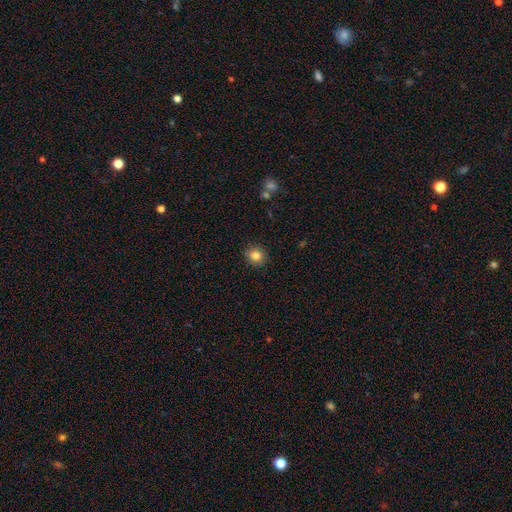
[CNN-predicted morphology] Smooth or featured?
  - smooth: 84% *
  - star or artifact: 11%
  - featured or disk: 5%
How rounded?
  - round: 83% *
  - in between: 16%
  - cigar-shaped: 1%
Merging?
  - none: 89% *
  - minor disturbance: 7%
  - major disturbance: 2%
  - merger: 1%